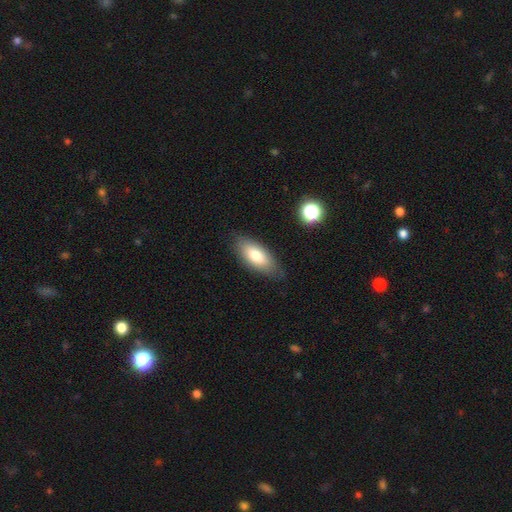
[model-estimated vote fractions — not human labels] Overall: smooth (77%). How rounded: in between (83%). Merging: none (80%).